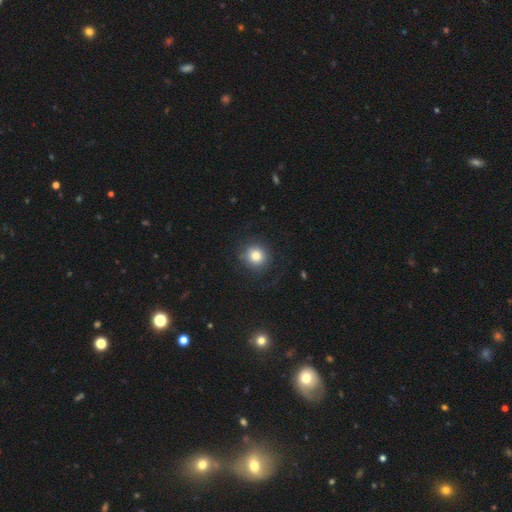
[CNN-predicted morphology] The model was most divided on "merging": none: 78%, minor disturbance: 13%, major disturbance: 8%, merger: 1%. More confident: how rounded — round (89%); smooth or featured — smooth (80%).